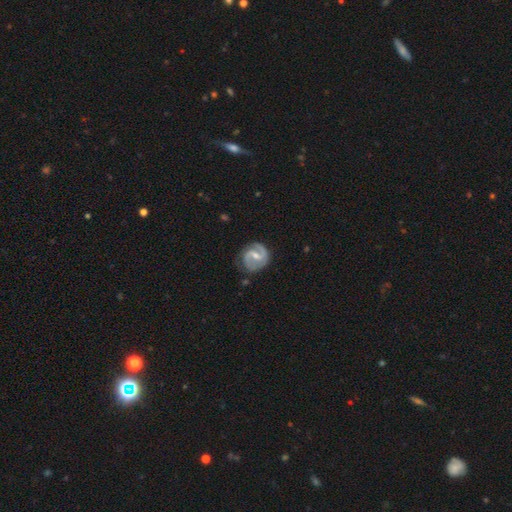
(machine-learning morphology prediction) A featured or disk galaxy (86%) with a weak bar (52%), 2 (87%) medium (51%) spiral arms (95%) and a moderate central bulge (50%).

Vote fractions:
- Smooth or featured? featured or disk: 86% / smooth: 10% / star or artifact: 4%
- Edge-on disk? no: 98% / yes: 2%
- Bar? weak: 52% / strong: 29% / no: 18%
- Spiral arms? yes: 95% / no: 5%
- Spiral winding? medium: 51% / tight: 34% / loose: 15%
- Spiral arm count? 2: 87% / 1: 5% / can't tell: 4% / 3: 1% / 4: 1% / more than 4: 1%
- Bulge size? moderate: 50% / small: 45% / none: 3% / large: 2% / dominant: 1%
- Merging? none: 76% / minor disturbance: 17% / major disturbance: 5% / merger: 2%